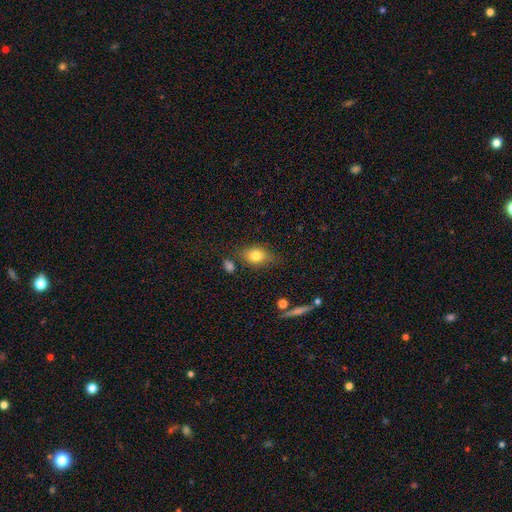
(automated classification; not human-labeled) smooth 77%, featured or disk 14%, star or artifact 9%. Down the decision tree: how rounded — in between (75%); merging — none (70%).